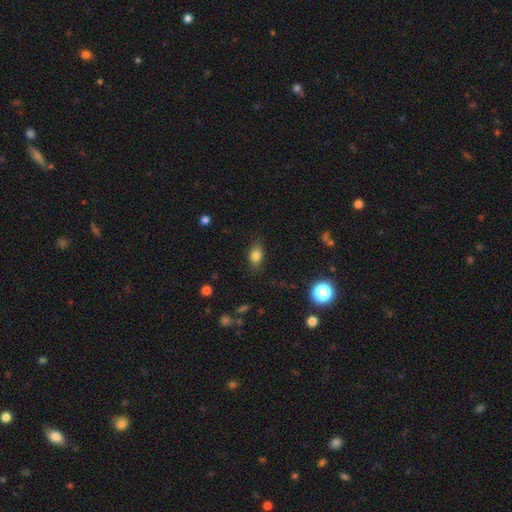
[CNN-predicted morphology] Smooth or featured? smooth (81%)
How rounded? in between (77%)
Merging? none (82%)